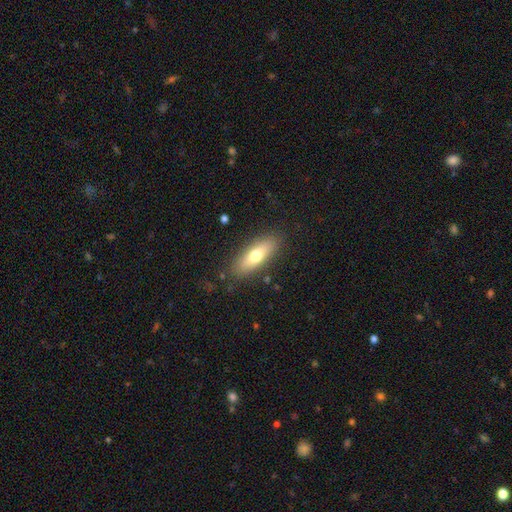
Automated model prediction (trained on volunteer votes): The model was most divided on "how rounded": in between: 59%, cigar-shaped: 39%, round: 3%. More confident: merging — none (85%); smooth or featured — smooth (66%).